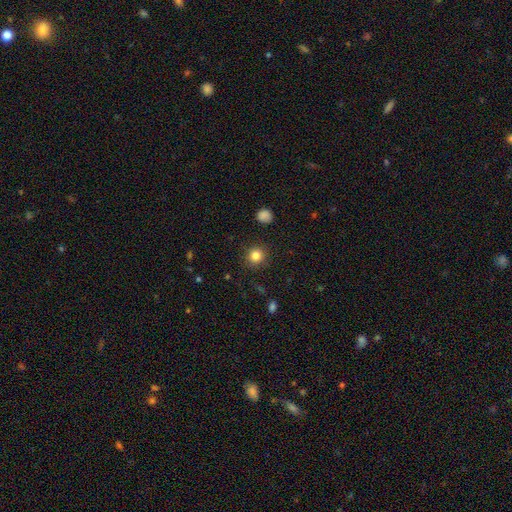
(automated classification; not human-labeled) A smooth galaxy with no disk features (83%) that is round (91%). Merging: none (89%).